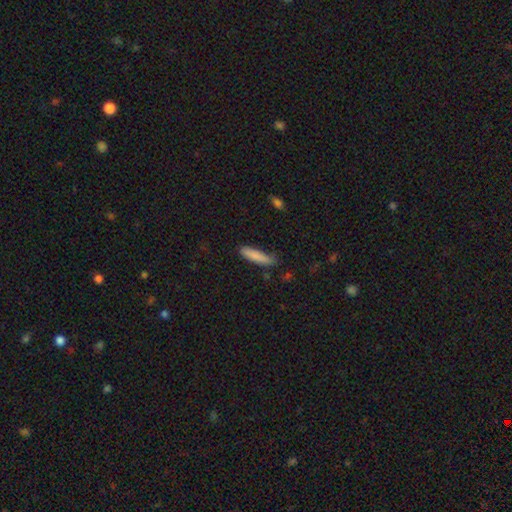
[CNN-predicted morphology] Q: Smooth or featured?
A: smooth (85%); runner-up: featured or disk (9%)
Q: How rounded?
A: cigar-shaped (80%); runner-up: in between (19%)
Q: Merging?
A: none (74%); runner-up: minor disturbance (20%)